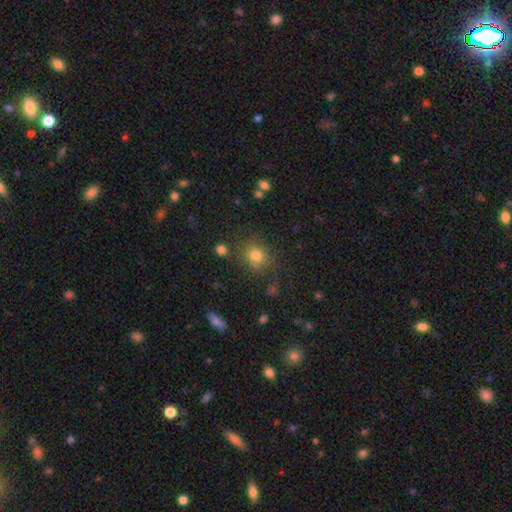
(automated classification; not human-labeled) Smooth or featured? Predicted: smooth (p=0.79). How rounded? Predicted: round (p=0.79). Merging? Predicted: none (p=0.77).